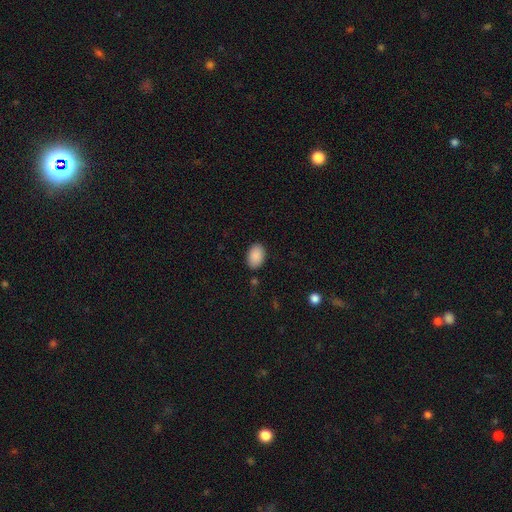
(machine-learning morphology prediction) This appears to be a smooth galaxy with no disk features (90%) that is in between round and cigar-shaped (87%). Merging: none (86%).